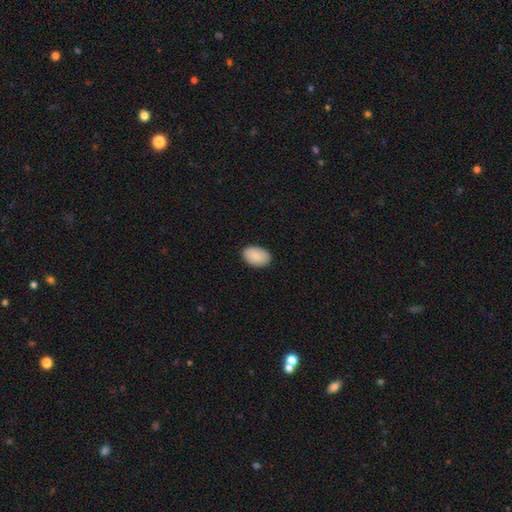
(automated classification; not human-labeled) Smooth or featured?
  - smooth: 88% *
  - star or artifact: 6%
  - featured or disk: 6%
How rounded?
  - in between: 88% *
  - round: 11%
  - cigar-shaped: 1%
Merging?
  - none: 88% *
  - minor disturbance: 9%
  - major disturbance: 2%
  - merger: 1%